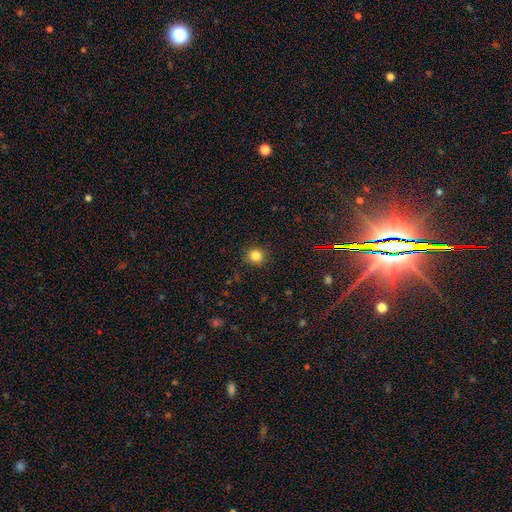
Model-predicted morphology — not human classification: type=smooth (83%); roundness=round (91%); merging=none (89%).